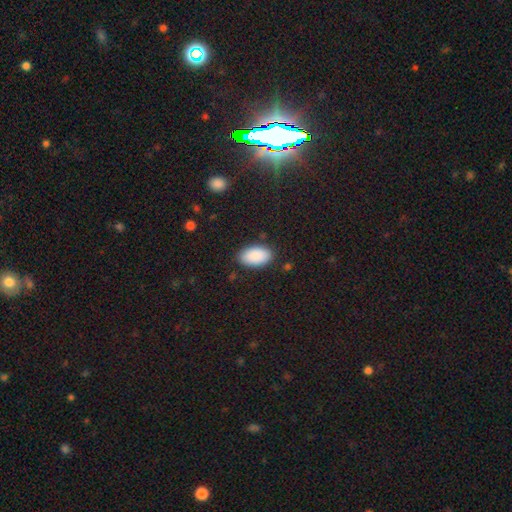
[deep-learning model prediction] smooth_or_featured: smooth (p=0.90) [alt: star or artifact p=0.06]
how_rounded: in between (p=0.95) [alt: round p=0.03]
merging: none (p=0.87) [alt: minor disturbance p=0.10]